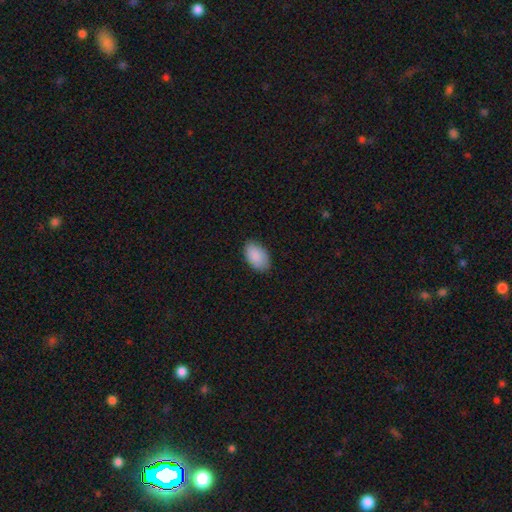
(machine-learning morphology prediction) smooth_or_featured: smooth (p=0.90) [alt: star or artifact p=0.06]
how_rounded: in between (p=0.94) [alt: round p=0.05]
merging: none (p=0.83) [alt: minor disturbance p=0.14]